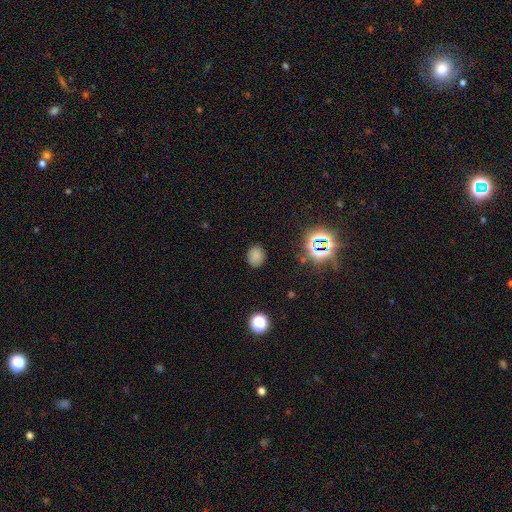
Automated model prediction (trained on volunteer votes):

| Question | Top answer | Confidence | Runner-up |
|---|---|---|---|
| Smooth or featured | smooth | 77% | star or artifact (18%) |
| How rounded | round | 50% | in between (49%) |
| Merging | none | 84% | minor disturbance (11%) |